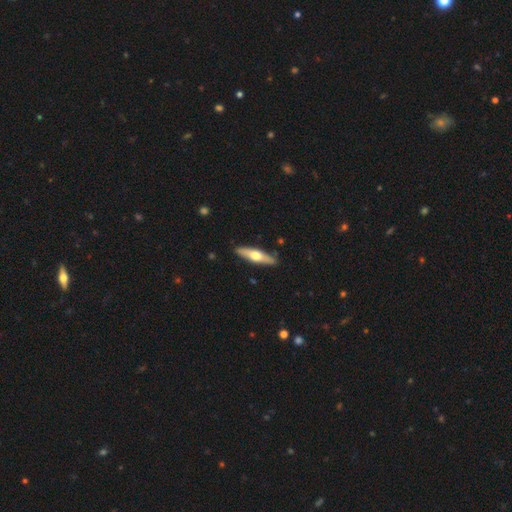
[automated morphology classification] smooth-or-featured: featured or disk: 51% | smooth: 44% | star or artifact: 5%
  disk-edge-on: yes: 91% | no: 9%
  merging: none: 88% | minor disturbance: 8% | major disturbance: 2% | merger: 2%